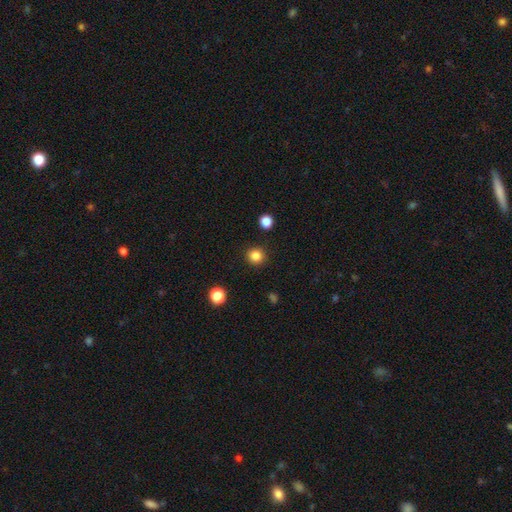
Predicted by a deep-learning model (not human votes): This appears to be a smooth galaxy with no disk features (85%) that is round (93%). Merging: none (91%).